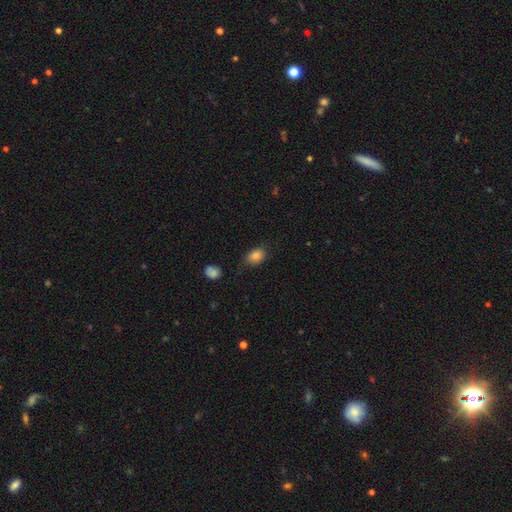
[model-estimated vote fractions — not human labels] Overall: smooth (84%). How rounded: in between (70%). Merging: none (76%).